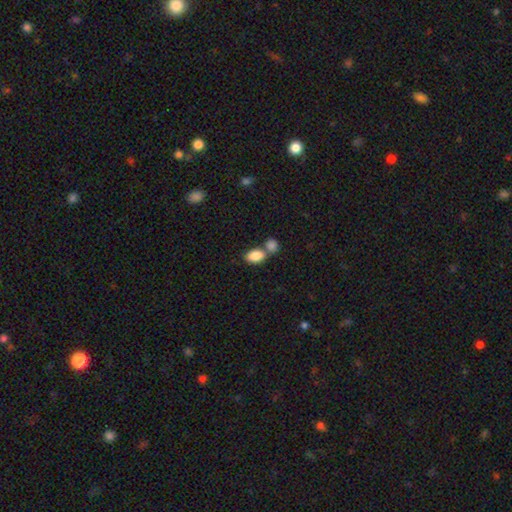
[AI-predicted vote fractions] Q: Smooth or featured?
A: smooth (86%); runner-up: star or artifact (7%)
Q: How rounded?
A: in between (88%); runner-up: round (10%)
Q: Merging?
A: merger (43%); tied with: none (43%)